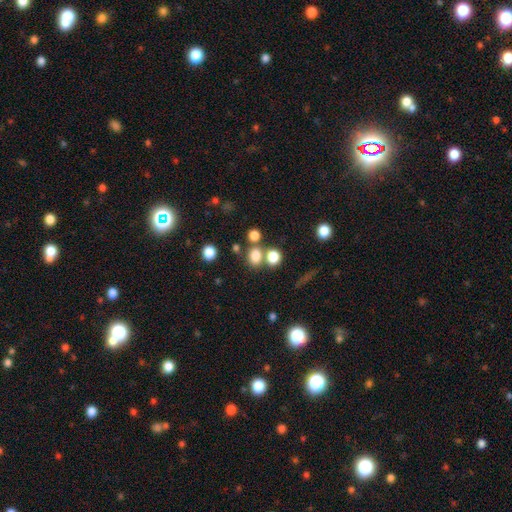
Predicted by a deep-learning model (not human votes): smooth-or-featured: smooth: 77% | star or artifact: 15% | featured or disk: 8%
  how-rounded: round: 54% | in between: 45% | cigar-shaped: 1%
  merging: none: 57% | merger: 29% | minor disturbance: 10% | major disturbance: 5%